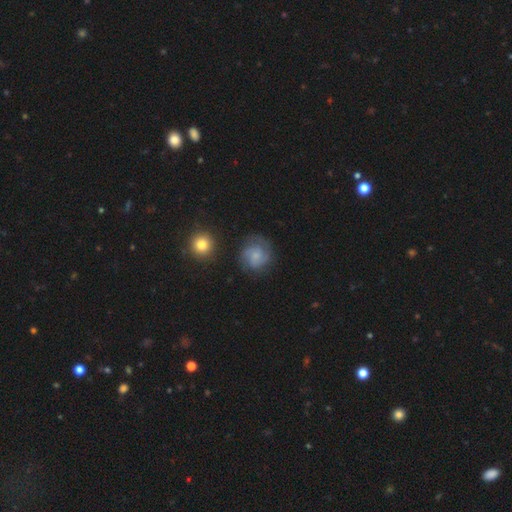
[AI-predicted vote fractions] This appears to be a featured or disk galaxy (55%) with no bar (74%), spiral arms (89%) and a small central bulge (55%). Merging: none (72%).